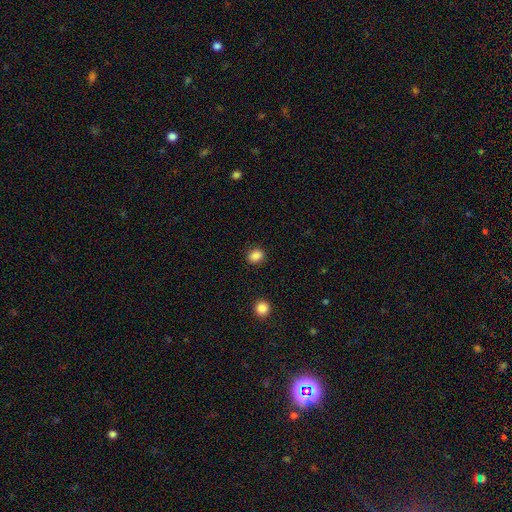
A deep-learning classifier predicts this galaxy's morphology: smooth 87%, star or artifact 10%, featured or disk 3%. Down the decision tree: how rounded — round (51%); merging — none (88%).